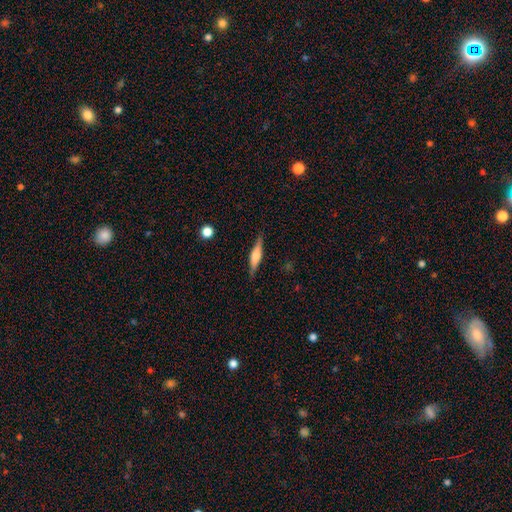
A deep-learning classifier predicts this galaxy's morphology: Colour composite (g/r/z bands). It shows a featured or disk galaxy (53%) viewed edge-on (96%) with a rounded central bulge (65%). Merging: none (86%).